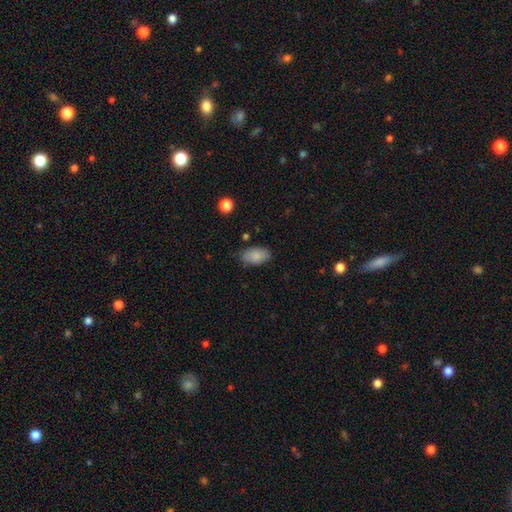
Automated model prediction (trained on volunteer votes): A smooth galaxy with no disk features (86%) that is in between round and cigar-shaped (92%).

Vote fractions:
- Smooth or featured? smooth: 86% / star or artifact: 7% / featured or disk: 6%
- How rounded? in between: 92% / round: 5% / cigar-shaped: 2%
- Merging? none: 76% / minor disturbance: 18% / major disturbance: 4% / merger: 2%